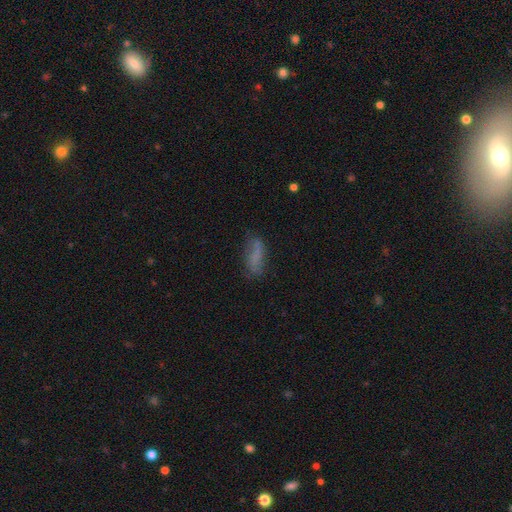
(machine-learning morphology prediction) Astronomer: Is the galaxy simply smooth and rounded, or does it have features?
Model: smooth — 64%.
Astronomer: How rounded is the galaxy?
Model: in between — 63%.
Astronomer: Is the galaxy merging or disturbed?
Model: none — 59%.